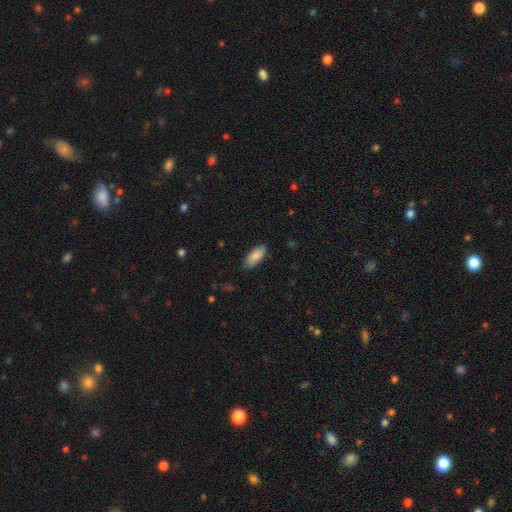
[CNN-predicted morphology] Q: Smooth or featured?
A: smooth (86%); runner-up: featured or disk (8%)
Q: How rounded?
A: in between (82%); runner-up: cigar-shaped (16%)
Q: Merging?
A: none (84%); runner-up: minor disturbance (13%)